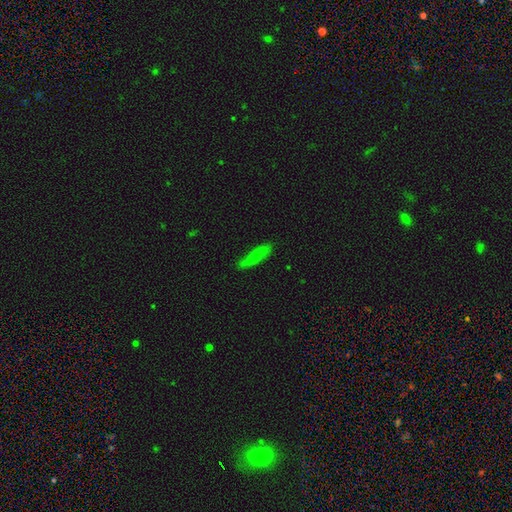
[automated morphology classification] This appears to be a smooth galaxy with no disk features (63%) that is cigar-shaped (62%). Merging: none (69%).